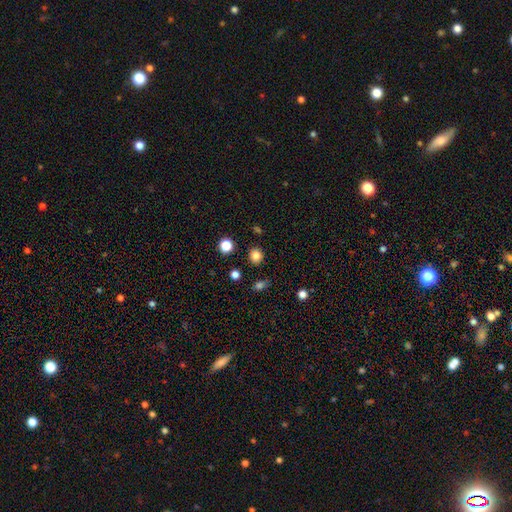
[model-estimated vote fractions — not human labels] This is clearly a smooth galaxy (82%). How rounded: clearly round (86%). Merging: clearly none (88%).